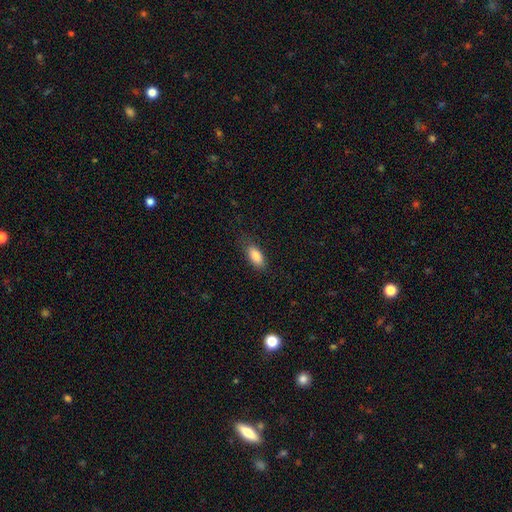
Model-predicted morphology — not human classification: smooth_or_featured: smooth (p=0.85) [alt: featured or disk p=0.08]
how_rounded: in between (p=0.86) [alt: cigar-shaped p=0.12]
merging: none (p=0.79) [alt: minor disturbance p=0.16]